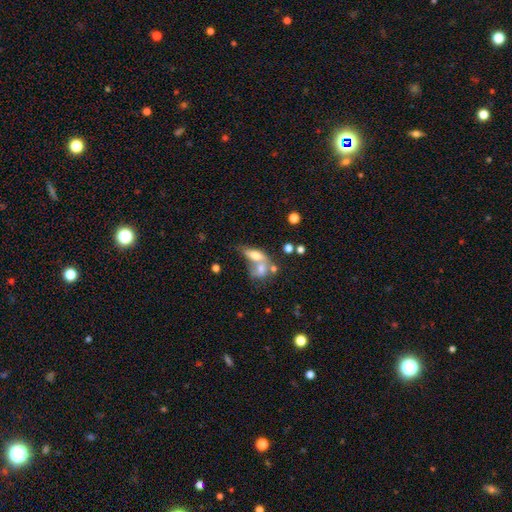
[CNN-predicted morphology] type=smooth (60%); roundness=in between (73%); merging=merger (63%).